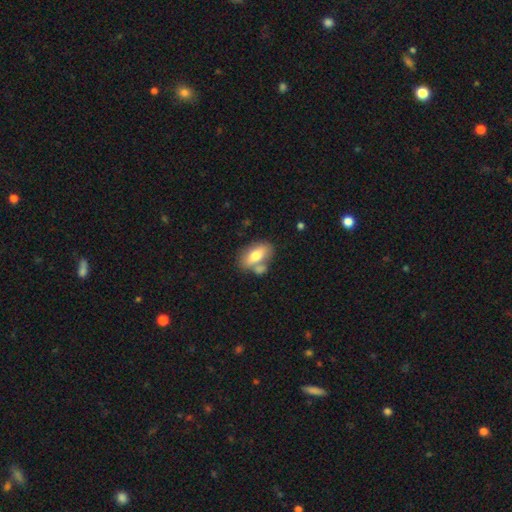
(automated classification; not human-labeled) Smooth or featured: smooth — 69% (featured or disk — 24%)
How rounded: in between — 88% (round — 6%)
Merging: none — 55% (merger — 27%)